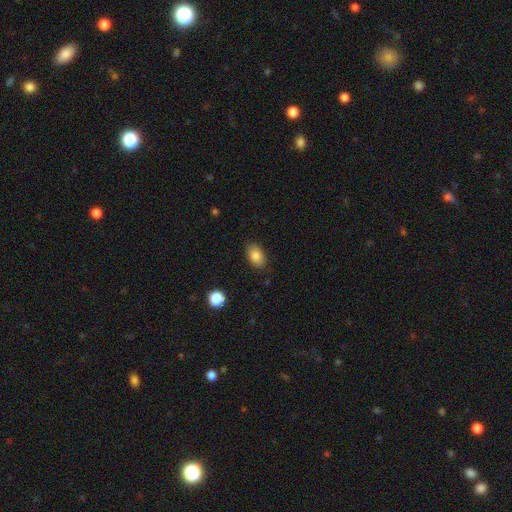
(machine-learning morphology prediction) type=smooth (85%); roundness=in between (88%); merging=none (85%).